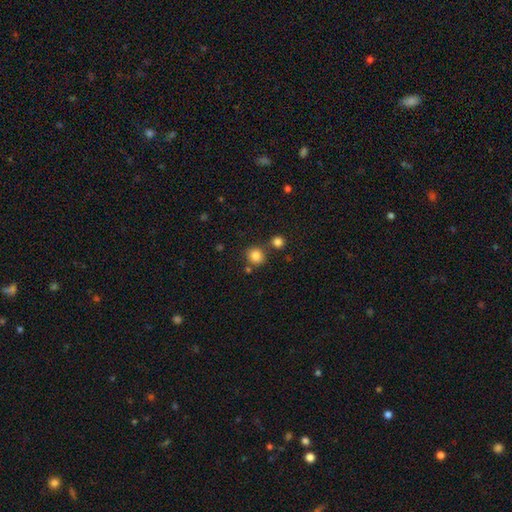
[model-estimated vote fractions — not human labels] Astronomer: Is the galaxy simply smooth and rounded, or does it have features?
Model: smooth — 84%.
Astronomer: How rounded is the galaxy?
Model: round — 85%.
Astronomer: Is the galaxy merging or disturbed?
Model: none — 75%.